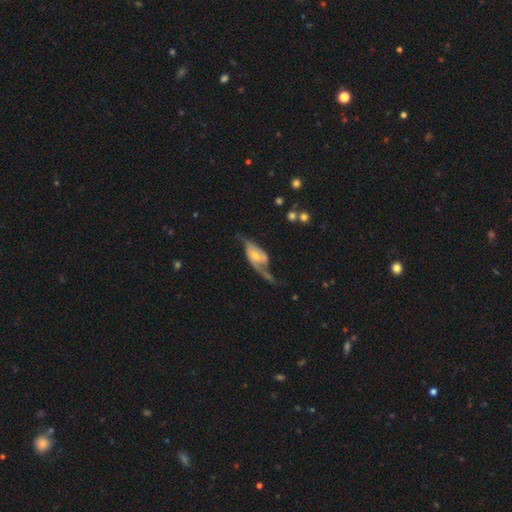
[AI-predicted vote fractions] Smooth or featured? Predicted: featured or disk (p=0.77). Edge-on disk? Predicted: no (p=0.90). Bar? Predicted: no (p=0.49). Spiral arms? Predicted: yes (p=0.87). Spiral winding? Predicted: loose (p=0.55). Spiral arm count? Predicted: 2 (p=0.78). Bulge size? Predicted: moderate (p=0.51). Merging? Predicted: none (p=0.38).